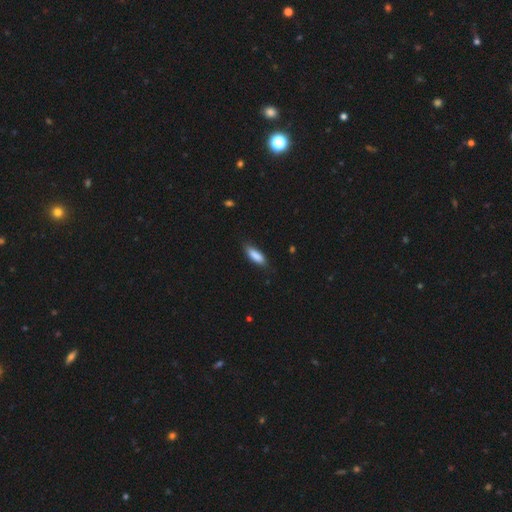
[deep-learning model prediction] Smooth or featured? smooth (86%)
How rounded? in between (58%)
Merging? none (78%)